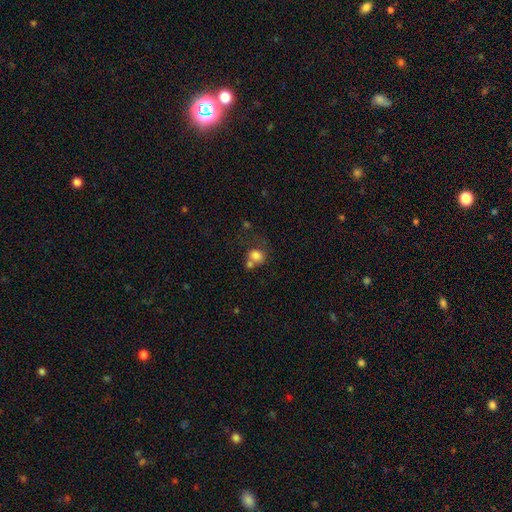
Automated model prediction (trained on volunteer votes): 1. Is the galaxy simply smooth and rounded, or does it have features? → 78% smooth, 11% star or artifact, 11% featured or disk.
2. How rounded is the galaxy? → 59% round, 40% in between, 1% cigar-shaped.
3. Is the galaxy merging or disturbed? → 41% merger, 35% none, 14% minor disturbance, 10% major disturbance.